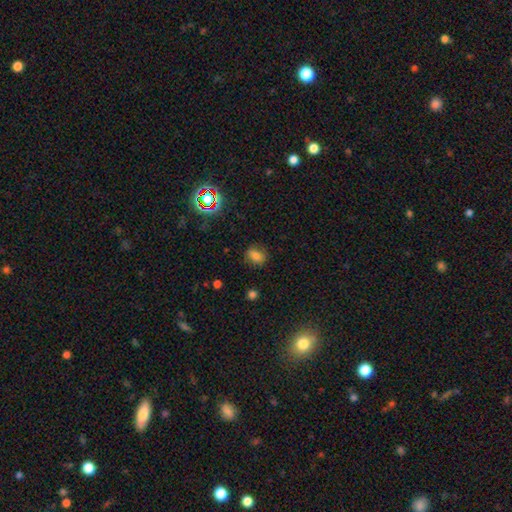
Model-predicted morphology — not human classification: Smooth or featured: smooth — 75% (star or artifact — 16%)
How rounded: in between — 60% (round — 39%)
Merging: none — 79% (minor disturbance — 15%)